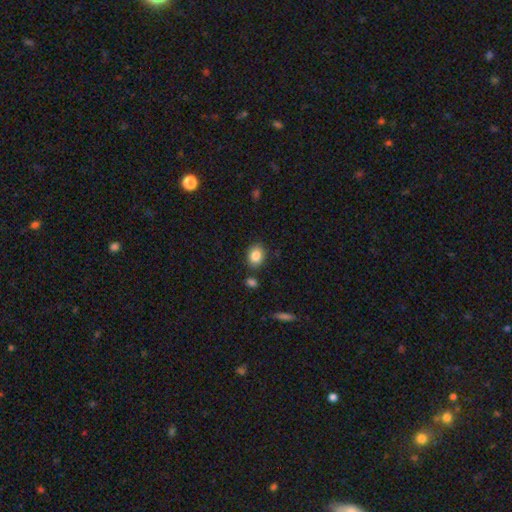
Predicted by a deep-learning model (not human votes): smooth 85%, star or artifact 8%, featured or disk 6%. Down the decision tree: how rounded — in between (61%); merging — none (82%).